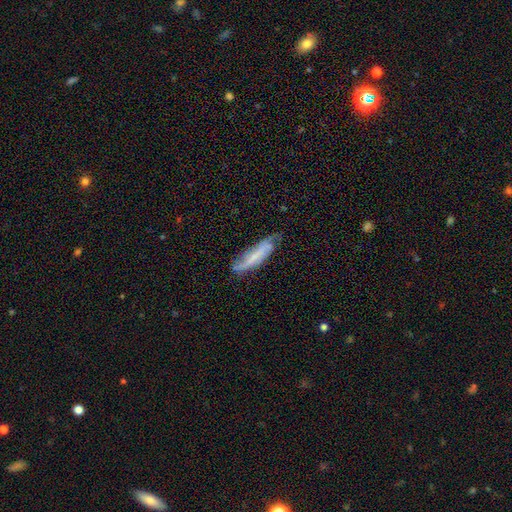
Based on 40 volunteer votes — smooth-or-featured: featured or disk: 68% | smooth: 28% | star or artifact: 5%
  disk-edge-on: no: 59% | yes: 41%
    bar: strong: 38% | weak: 31% | no: 31%
    has-spiral-arms: yes: 94% | no: 6%
      spiral-winding: loose: 53% | medium: 40% | tight: 7%
      spiral-arm-count: 2: 53% | can't tell: 27% | 3: 20% | 1: 0% | 4: 0% | more than 4: 0%
    bulge-size: small: 56% | none: 31% | moderate: 12% | dominant: 0% | large: 0%
  merging: none: 66% | minor disturbance: 18% | major disturbance: 13% | merger: 3%